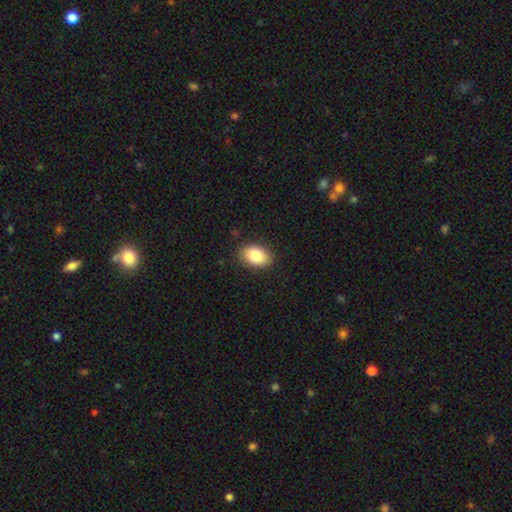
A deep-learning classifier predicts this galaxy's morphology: Smooth or featured?
  - smooth: 85% *
  - featured or disk: 7%
  - star or artifact: 7%
How rounded?
  - in between: 86% *
  - round: 13%
  - cigar-shaped: 1%
Merging?
  - none: 87% *
  - minor disturbance: 10%
  - major disturbance: 2%
  - merger: 1%